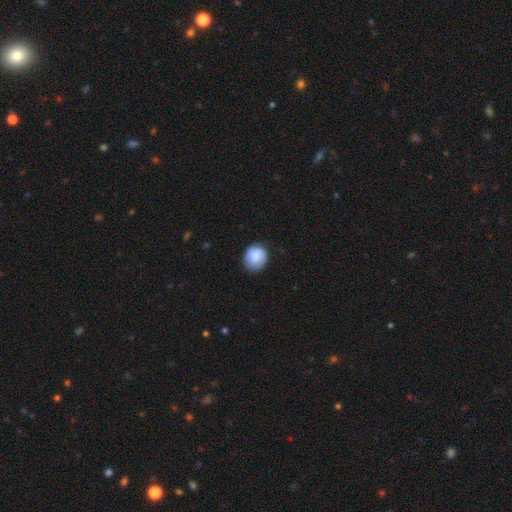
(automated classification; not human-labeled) Smooth or featured? smooth (81%)
How rounded? round (82%)
Merging? none (78%)